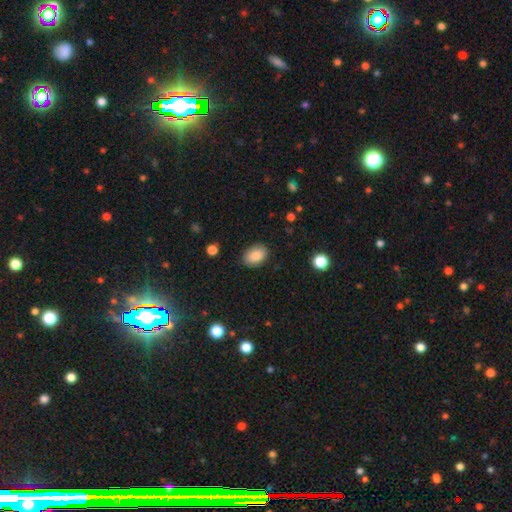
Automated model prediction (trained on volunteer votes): A smooth galaxy with no disk features (87%) that is in between round and cigar-shaped (82%).

Vote fractions:
- Smooth or featured? smooth: 87% / star or artifact: 8% / featured or disk: 5%
- How rounded? in between: 82% / round: 17% / cigar-shaped: 1%
- Merging? none: 86% / minor disturbance: 10% / major disturbance: 2% / merger: 1%